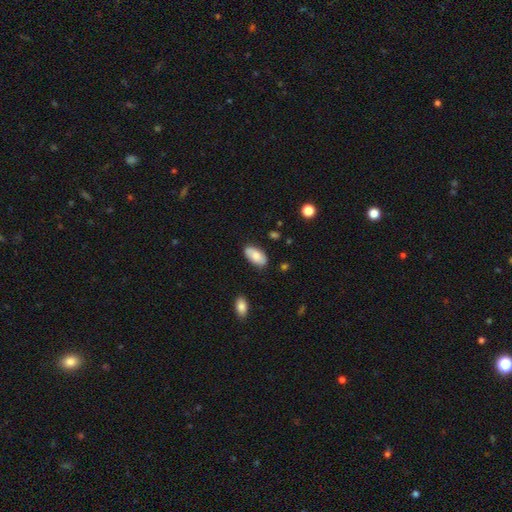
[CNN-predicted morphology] type=smooth (79%); roundness=in between (94%); merging=none (82%).